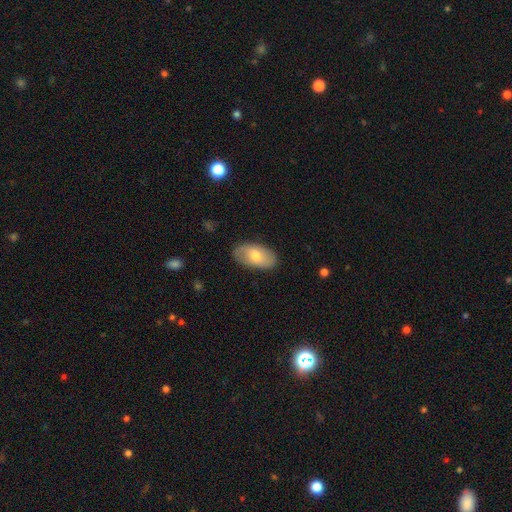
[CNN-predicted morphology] This appears to be a smooth galaxy with no disk features (64%) that is in between round and cigar-shaped (94%). Merging: none (83%).